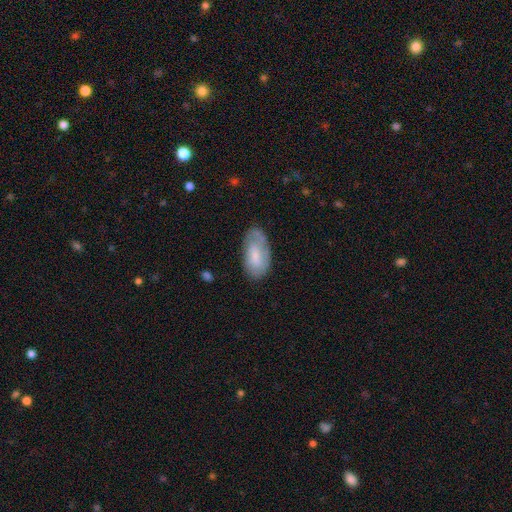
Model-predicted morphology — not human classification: Smooth or featured?
  - smooth: 62% *
  - featured or disk: 32%
  - star or artifact: 6%
How rounded?
  - in between: 92% *
  - cigar-shaped: 5%
  - round: 3%
Merging?
  - none: 63% *
  - minor disturbance: 27%
  - major disturbance: 9%
  - merger: 2%